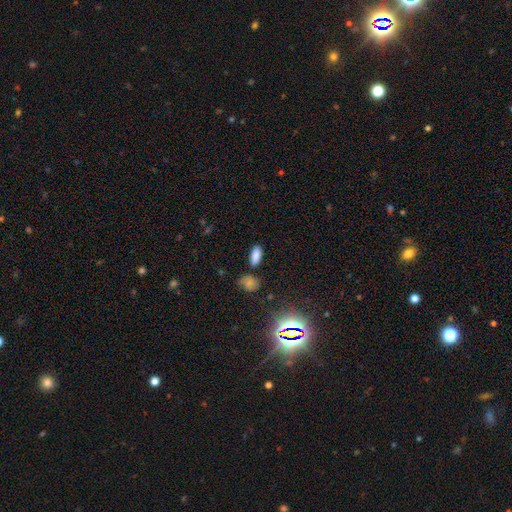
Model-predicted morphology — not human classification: type=smooth (82%); roundness=in between (83%); merging=none (79%).